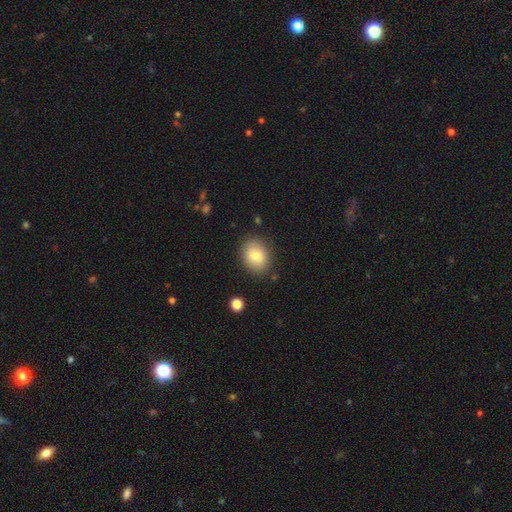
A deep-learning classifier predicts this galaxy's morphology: Smooth or featured: smooth — 81% (featured or disk — 11%)
How rounded: in between — 58% (round — 42%)
Merging: none — 84% (minor disturbance — 11%)